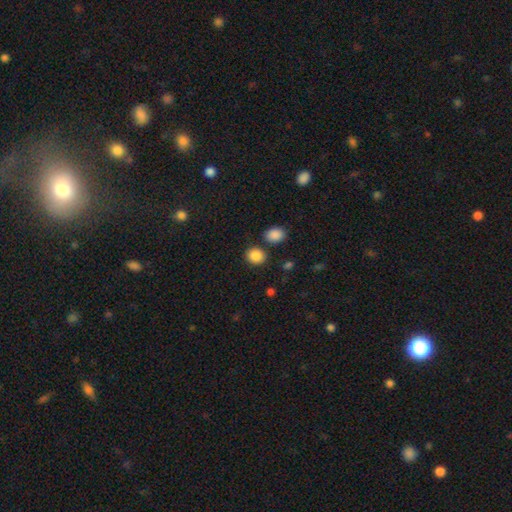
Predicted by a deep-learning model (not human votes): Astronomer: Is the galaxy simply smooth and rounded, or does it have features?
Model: smooth — 88%.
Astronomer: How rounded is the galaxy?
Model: round — 75%.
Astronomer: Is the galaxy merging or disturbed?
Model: none — 78%.